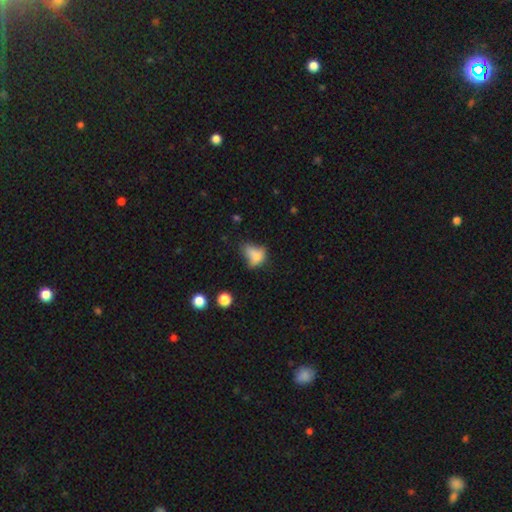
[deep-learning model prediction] This is likely a smooth galaxy (68%). How rounded: likely in between (74%). Merging: marginally minor disturbance (30%).